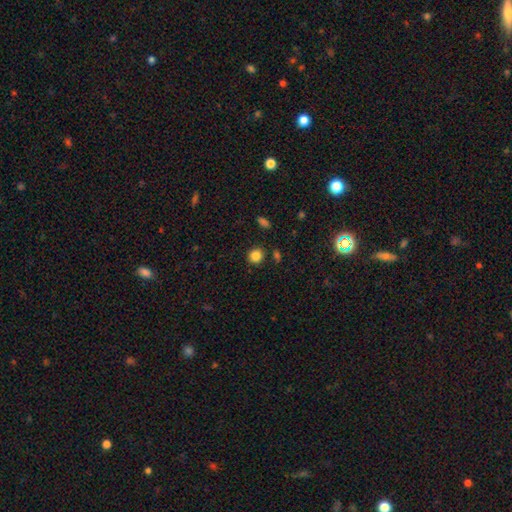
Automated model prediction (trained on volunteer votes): Smooth or featured: smooth — 85% (star or artifact — 11%)
How rounded: round — 87% (in between — 12%)
Merging: none — 86% (minor disturbance — 8%)